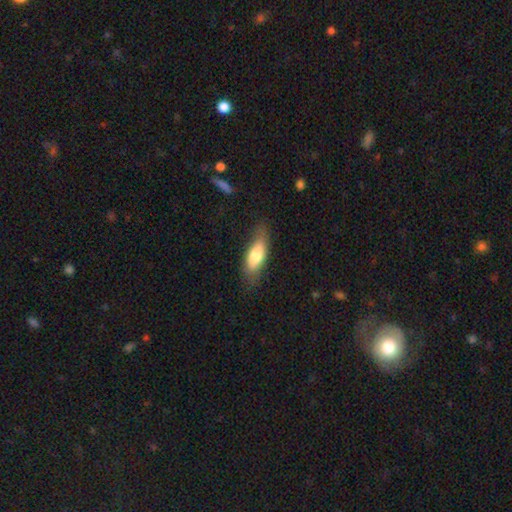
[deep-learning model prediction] Smooth or featured? Predicted: smooth (p=0.70). How rounded? Predicted: in between (p=0.74). Merging? Predicted: none (p=0.70).